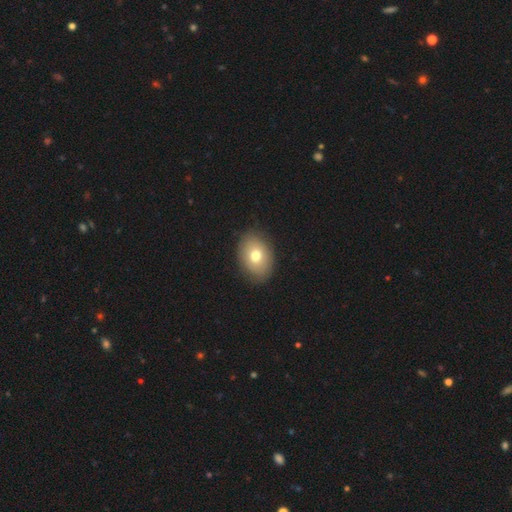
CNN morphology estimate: A smooth galaxy with no disk features (73%) that is in between round and cigar-shaped (73%).

Vote fractions:
- Smooth or featured? smooth: 73% / featured or disk: 18% / star or artifact: 9%
- How rounded? in between: 73% / round: 26% / cigar-shaped: 1%
- Merging? none: 85% / minor disturbance: 11% / major disturbance: 3% / merger: 1%